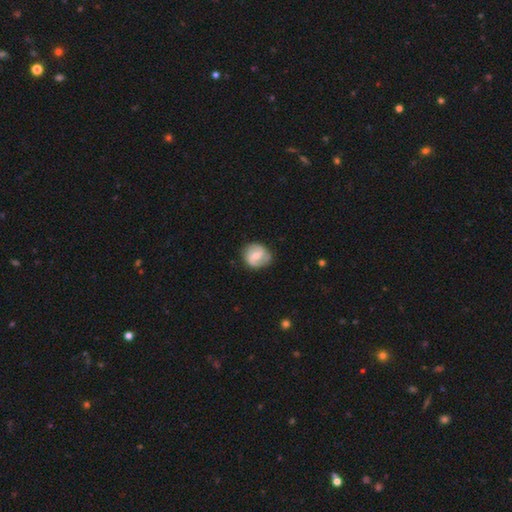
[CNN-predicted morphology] The model was most divided on "bar": weak: 48%, no: 39%, strong: 13%. Remaining: edge-on disk — no (98%); spiral arms — yes (91%); spiral arm count — 2 (85%); merging — none (79%); smooth or featured — featured or disk (69%); bulge size — moderate (55%); spiral winding — medium (46%).